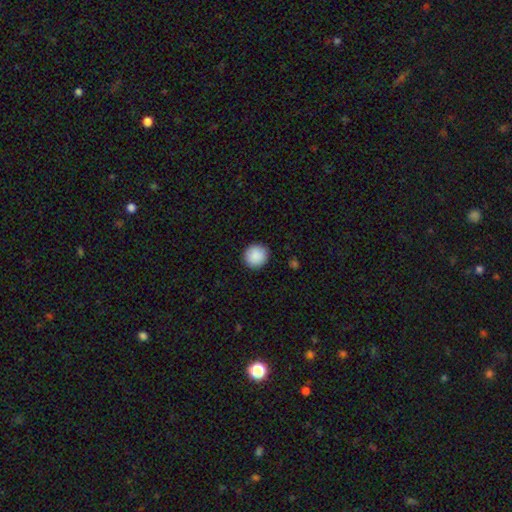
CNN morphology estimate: This appears to be a smooth galaxy with no disk features (90%) that is round (93%). Merging: none (92%).